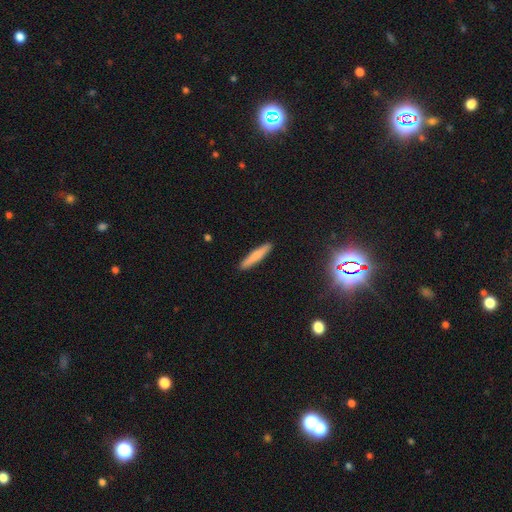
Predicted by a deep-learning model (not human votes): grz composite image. It shows a smooth galaxy with no disk features (75%) that is cigar-shaped (91%). Merging: none (91%).